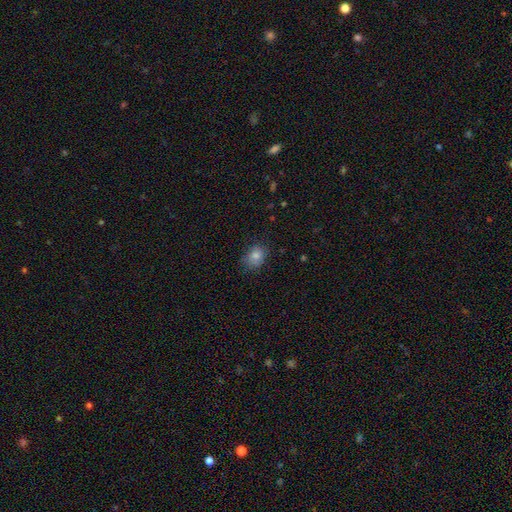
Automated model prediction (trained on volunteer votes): Q: Smooth or featured?
A: smooth (80%); runner-up: star or artifact (12%)
Q: How rounded?
A: round (51%); runner-up: in between (48%)
Q: Merging?
A: none (76%); runner-up: minor disturbance (19%)